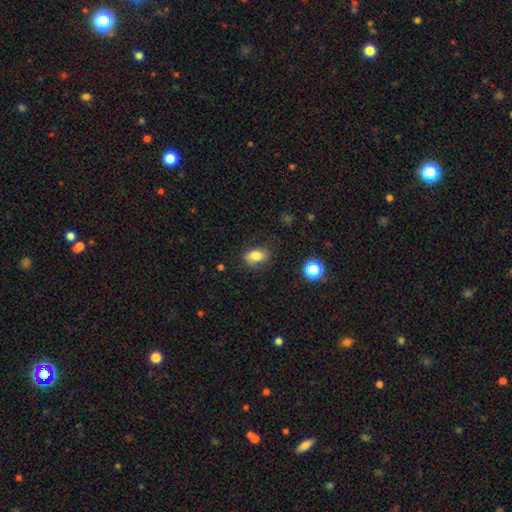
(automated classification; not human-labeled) A smooth galaxy with no disk features (79%) that is in between round and cigar-shaped (82%).

Vote fractions:
- Smooth or featured? smooth: 79% / featured or disk: 11% / star or artifact: 10%
- How rounded? in between: 82% / round: 16% / cigar-shaped: 2%
- Merging? none: 75% / minor disturbance: 18% / major disturbance: 5% / merger: 2%